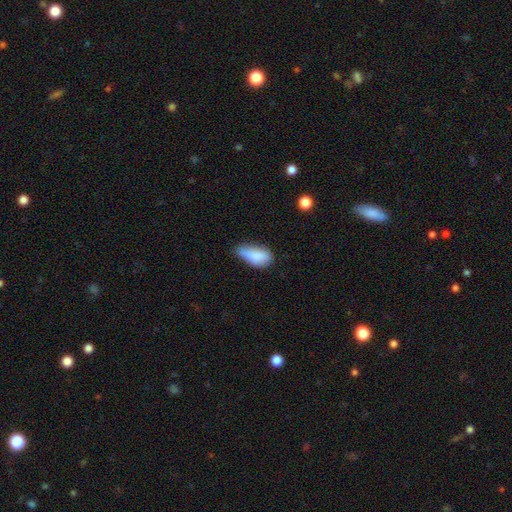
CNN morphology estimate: Smooth or featured? smooth (82%)
How rounded? in between (86%)
Merging? minor disturbance (48%)